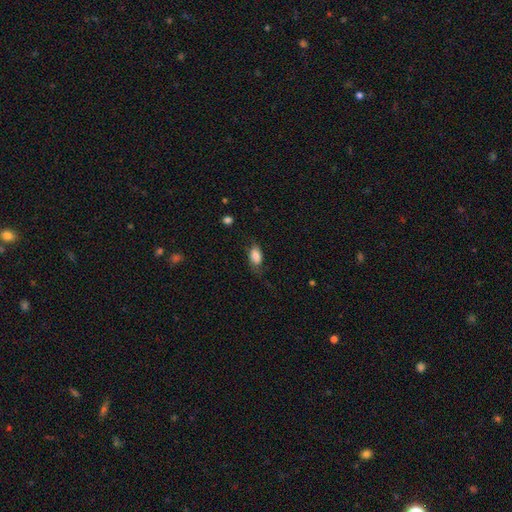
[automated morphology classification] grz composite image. It shows a smooth galaxy with no disk features (75%) that is in between round and cigar-shaped (90%). Merging: none (56%).